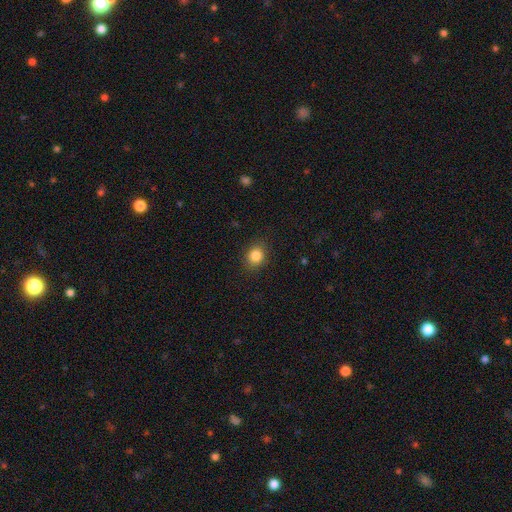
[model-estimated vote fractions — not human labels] A smooth galaxy with no disk features (85%) that is round (60%).

Vote fractions:
- Smooth or featured? smooth: 85% / star or artifact: 10% / featured or disk: 5%
- How rounded? round: 60% / in between: 39% / cigar-shaped: 1%
- Merging? none: 87% / minor disturbance: 9% / major disturbance: 3% / merger: 1%